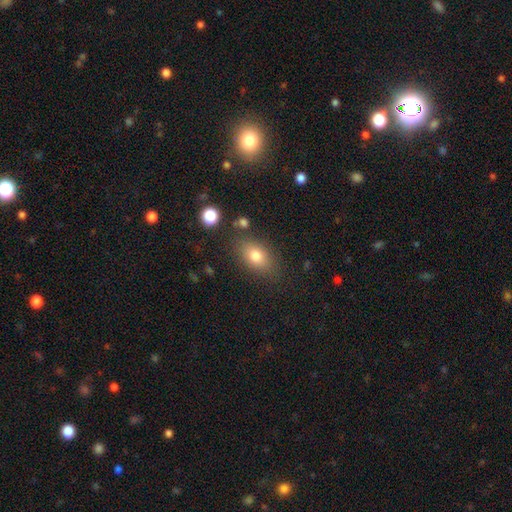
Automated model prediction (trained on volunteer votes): This appears to be a smooth galaxy with no disk features (78%) that is in between round and cigar-shaped (83%). Merging: none (80%).